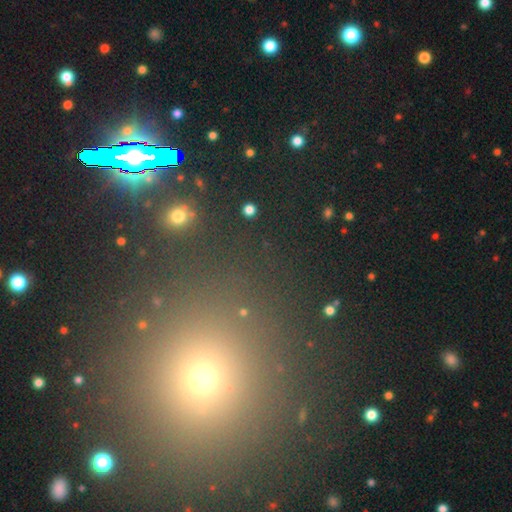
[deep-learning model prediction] The model was most divided on "smooth or featured": star or artifact: 58%, smooth: 33%, featured or disk: 8%.